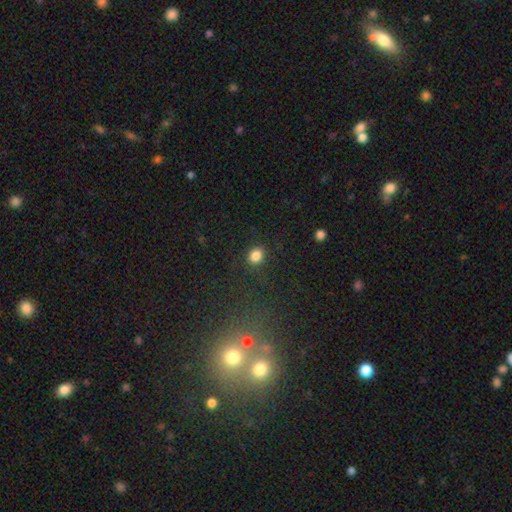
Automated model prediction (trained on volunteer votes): The model was most divided on "how rounded": round: 62%, in between: 37%, cigar-shaped: 1%. More confident: merging — none (87%); smooth or featured — smooth (84%).